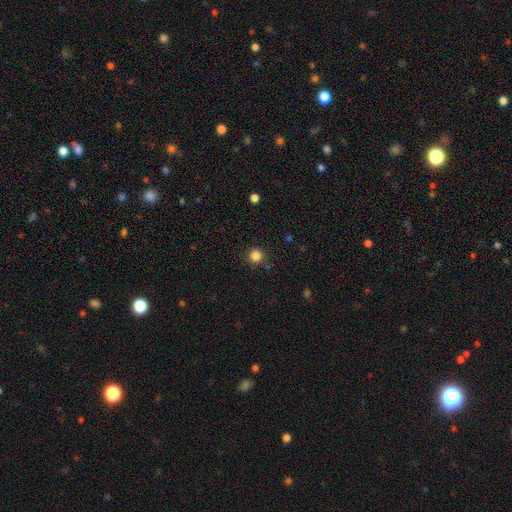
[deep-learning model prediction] Overall: smooth (84%). How rounded: round (94%). Merging: none (89%).